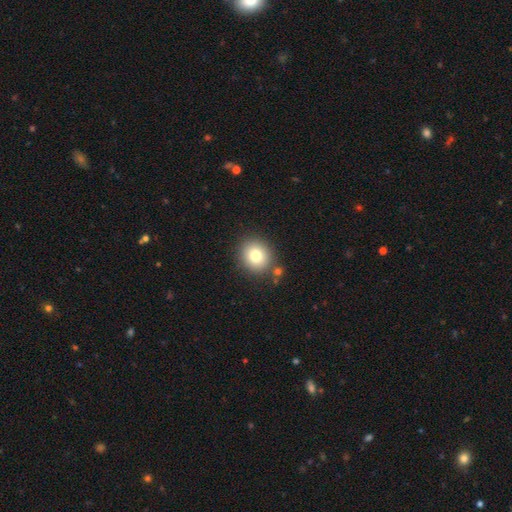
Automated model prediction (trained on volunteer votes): Smooth or featured? Predicted: smooth (p=0.79). How rounded? Predicted: round (p=0.83). Merging? Predicted: none (p=0.82).